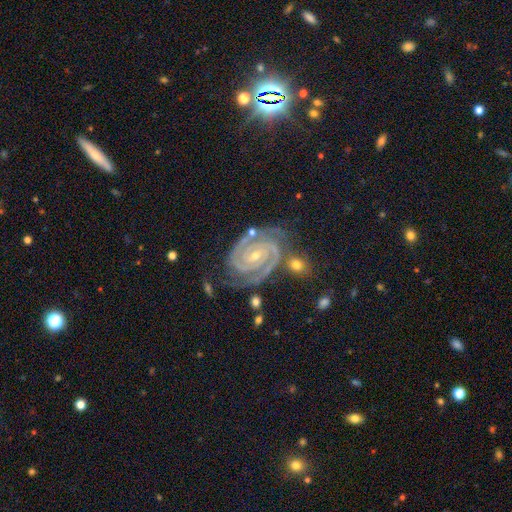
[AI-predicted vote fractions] This appears to be a featured or disk galaxy (93%) with no bar (53%), 2 (82%) tight (78%) spiral arms (99%) and a small central bulge (74%). Merging: none (74%).